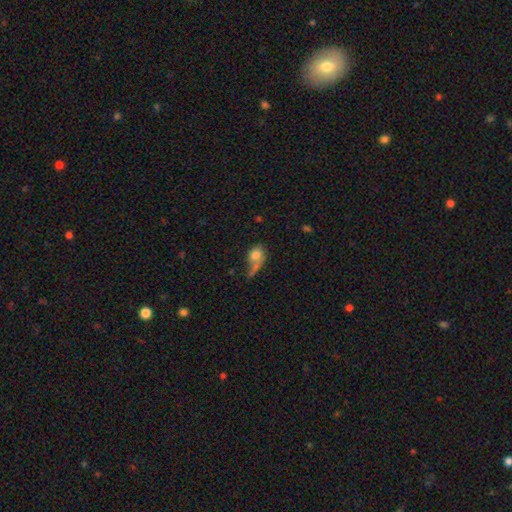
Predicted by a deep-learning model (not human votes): Smooth or featured? smooth (72%)
How rounded? in between (60%)
Merging? none (29%, tied with major disturbance)